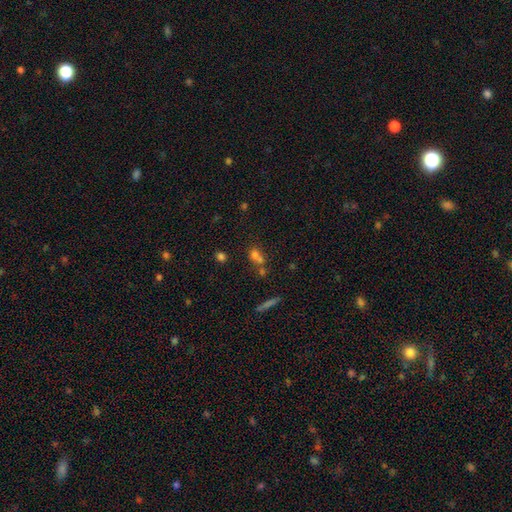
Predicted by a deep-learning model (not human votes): Morphology: type=smooth (63%); roundness=round (62%); merging=merger (52%).